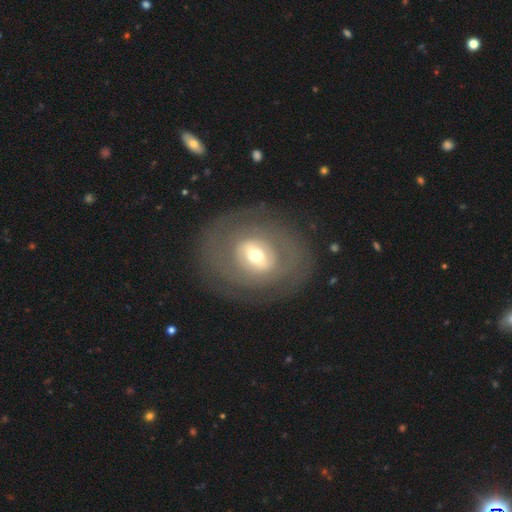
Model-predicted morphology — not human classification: The model was most divided on "bar": weak: 40%, no: 32%, strong: 28%. More confident: edge-on disk — no (94%); merging — none (80%); smooth or featured — featured or disk (66%); spiral arms — no (62%); bulge size — moderate (58%).